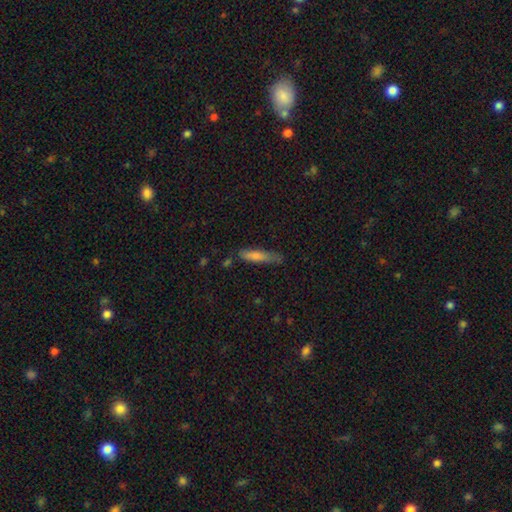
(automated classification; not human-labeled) Smooth or featured? Predicted: smooth (p=0.72). How rounded? Predicted: cigar-shaped (p=0.85). Merging? Predicted: none (p=0.71).